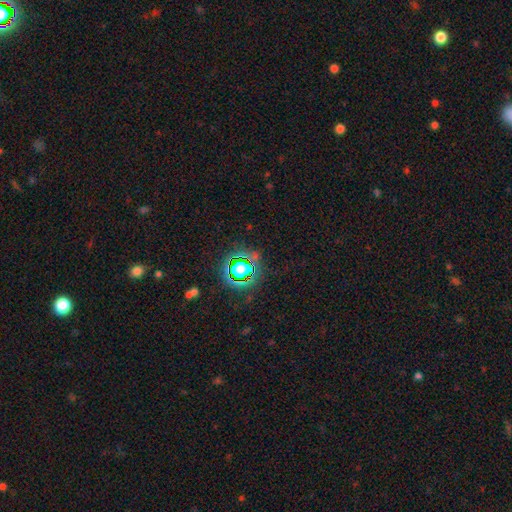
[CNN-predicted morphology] star or artifact 76%, smooth 16%, featured or disk 8%.